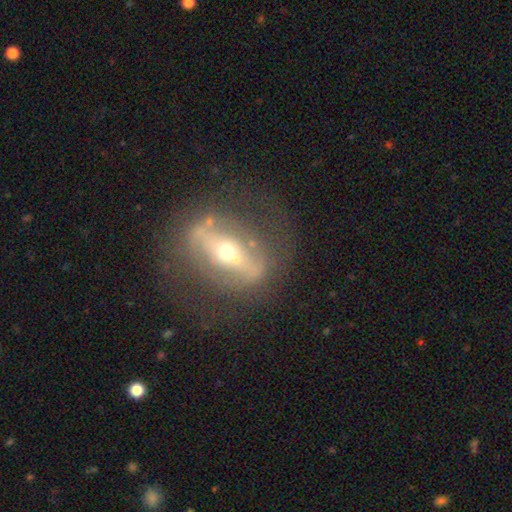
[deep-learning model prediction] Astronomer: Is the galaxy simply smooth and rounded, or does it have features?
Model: featured or disk — 80%.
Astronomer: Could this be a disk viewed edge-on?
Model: no — 69%.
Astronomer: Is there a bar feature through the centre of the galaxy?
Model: strong — 72%.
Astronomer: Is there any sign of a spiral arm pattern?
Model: no — 62% (runner-up: yes, 38%).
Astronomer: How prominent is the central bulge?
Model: moderate — 53% (runner-up: small, 41%).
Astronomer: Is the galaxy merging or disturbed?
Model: none — 70%.